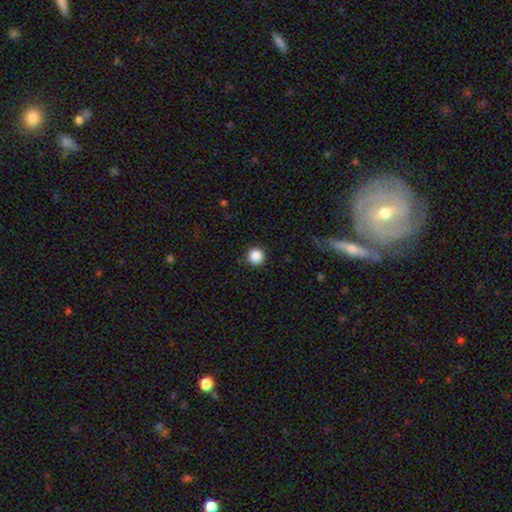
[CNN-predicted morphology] smooth 86%, star or artifact 10%, featured or disk 3%. Down the decision tree: how rounded — round (96%); merging — none (92%).